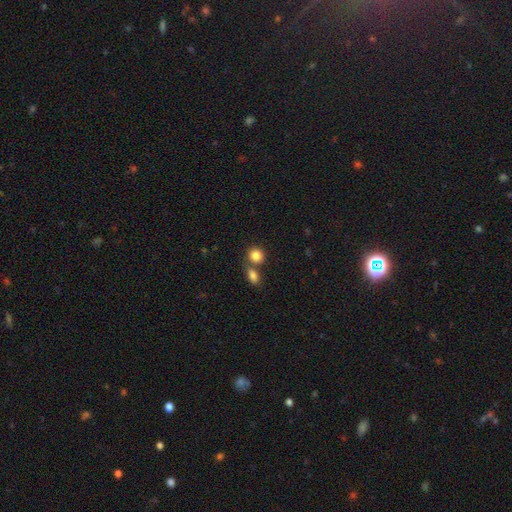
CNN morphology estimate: A smooth galaxy with no disk features (85%) that is round (76%). Merging: none (53%).